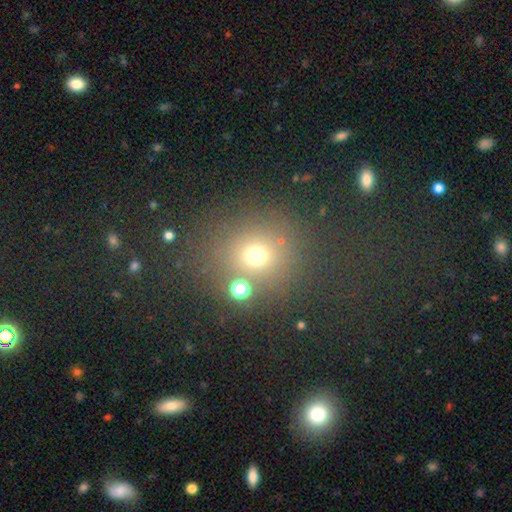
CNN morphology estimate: A smooth galaxy with no disk features (67%) that is round (85%).

Vote fractions:
- Smooth or featured? smooth: 67% / star or artifact: 23% / featured or disk: 10%
- How rounded? round: 85% / in between: 14% / cigar-shaped: 1%
- Merging? none: 75% / minor disturbance: 10% / merger: 9% / major disturbance: 6%